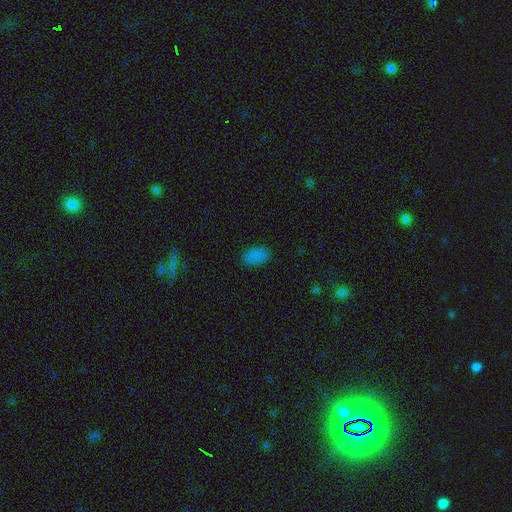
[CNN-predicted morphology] Overall: smooth (83%). How rounded: in between (92%). Merging: none (85%).